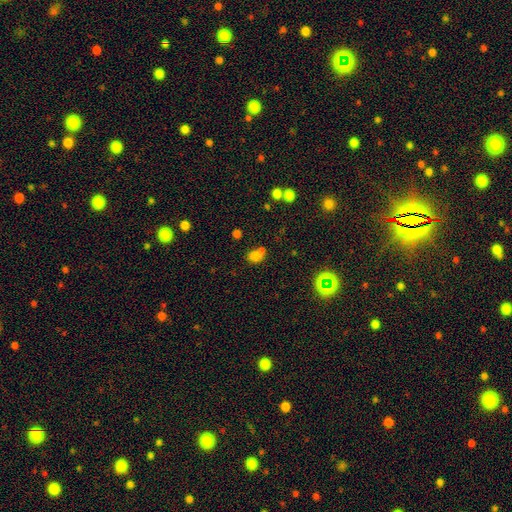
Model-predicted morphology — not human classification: Smooth or featured? smooth (74%)
How rounded? round (53%)
Merging? none (47%)